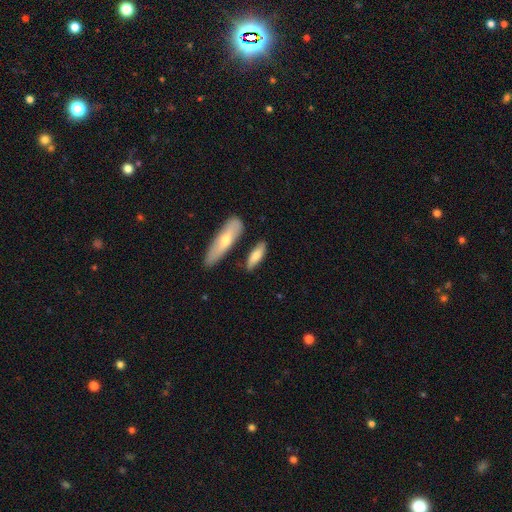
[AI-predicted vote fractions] smooth 72%, featured or disk 22%, star or artifact 6%. Down the decision tree: how rounded — cigar-shaped (49%, tied with in between); merging — none (74%).